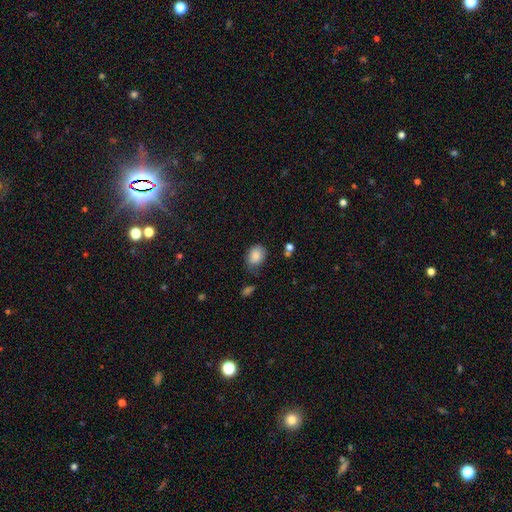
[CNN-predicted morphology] This is clearly a smooth galaxy (85%). How rounded: likely in between (62%). Merging: possibly none (57%).